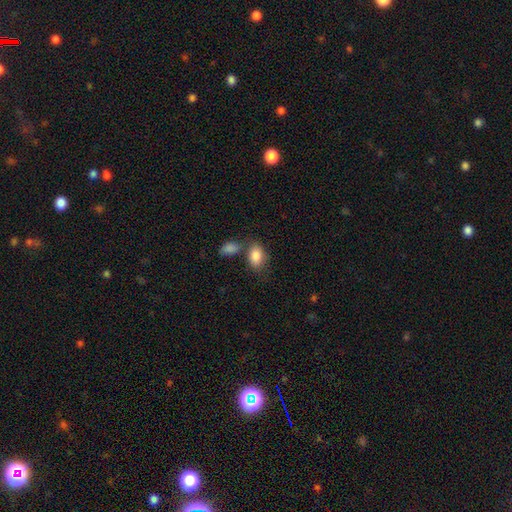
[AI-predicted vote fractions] Q: Smooth or featured?
A: smooth (87%); runner-up: star or artifact (7%)
Q: How rounded?
A: in between (88%); runner-up: round (10%)
Q: Merging?
A: none (55%); runner-up: merger (24%)